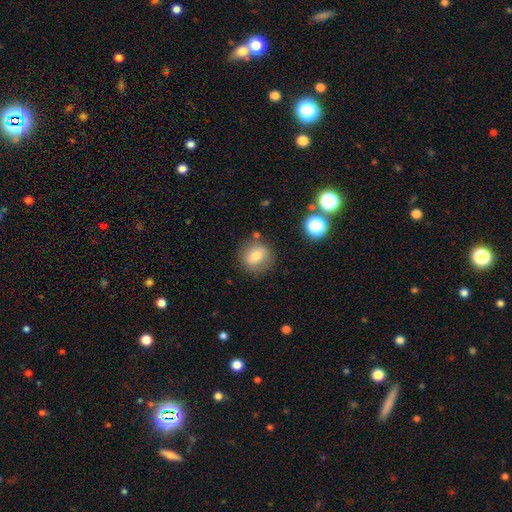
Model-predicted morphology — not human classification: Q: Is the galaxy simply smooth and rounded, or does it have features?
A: smooth — 74%.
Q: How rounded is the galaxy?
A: round — 81%.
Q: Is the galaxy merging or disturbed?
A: none — 78%.